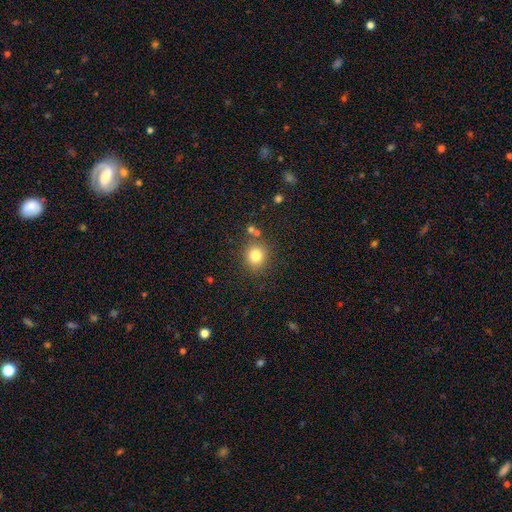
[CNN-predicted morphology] smooth_or_featured: smooth (p=0.80) [alt: star or artifact p=0.12]
how_rounded: round (p=0.83) [alt: in between p=0.16]
merging: none (p=0.81) [alt: minor disturbance p=0.10]